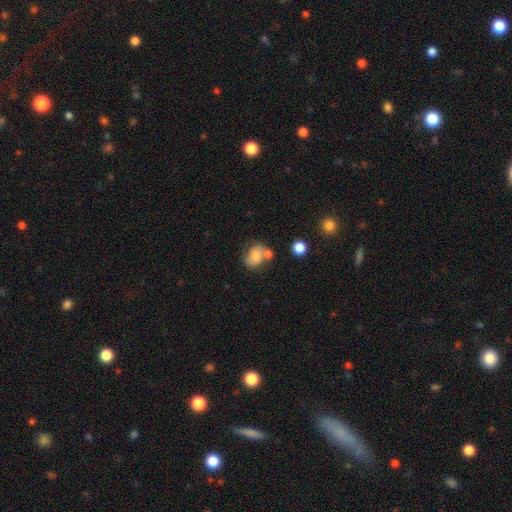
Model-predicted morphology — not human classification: This appears to be a smooth galaxy with no disk features (60%) that is in between round and cigar-shaped (56%). Merging: none (49%).